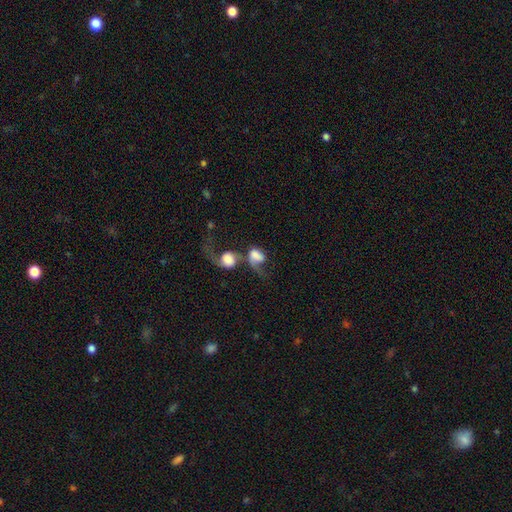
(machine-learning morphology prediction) smooth 53%, featured or disk 38%, star or artifact 9%. Down the decision tree: how rounded — in between (58%); merging — merger (65%).